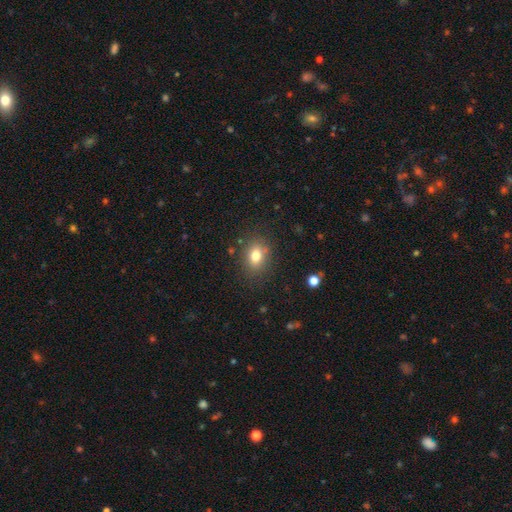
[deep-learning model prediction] smooth-or-featured: smooth: 79% | star or artifact: 12% | featured or disk: 10%
  how-rounded: in between: 64% | round: 35% | cigar-shaped: 1%
  merging: none: 82% | minor disturbance: 12% | major disturbance: 4% | merger: 2%